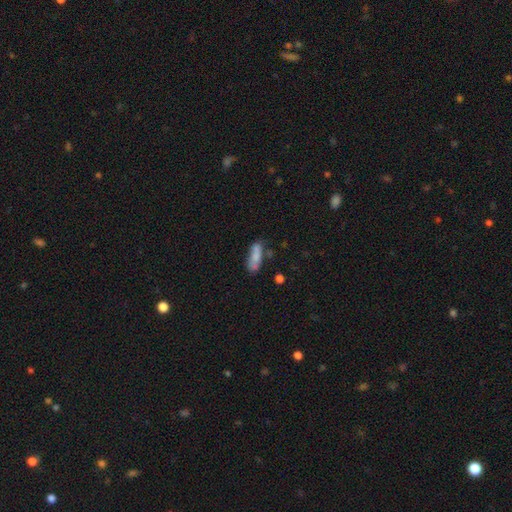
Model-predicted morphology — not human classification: smooth_or_featured: smooth (p=0.74) [alt: featured or disk p=0.17]
how_rounded: in between (p=0.57) [alt: cigar-shaped p=0.40]
merging: none (p=0.50) [alt: minor disturbance p=0.25]